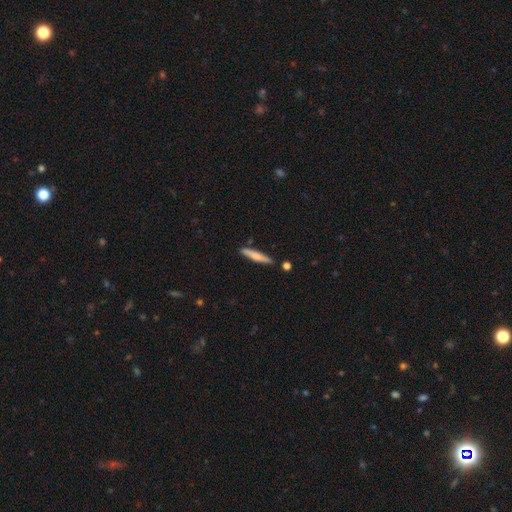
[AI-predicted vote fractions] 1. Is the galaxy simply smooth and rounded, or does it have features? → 63% smooth, 31% featured or disk, 5% star or artifact.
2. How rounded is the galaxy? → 91% cigar-shaped, 8% in between, 1% round.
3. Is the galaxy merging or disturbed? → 85% none, 10% minor disturbance, 3% merger, 2% major disturbance.